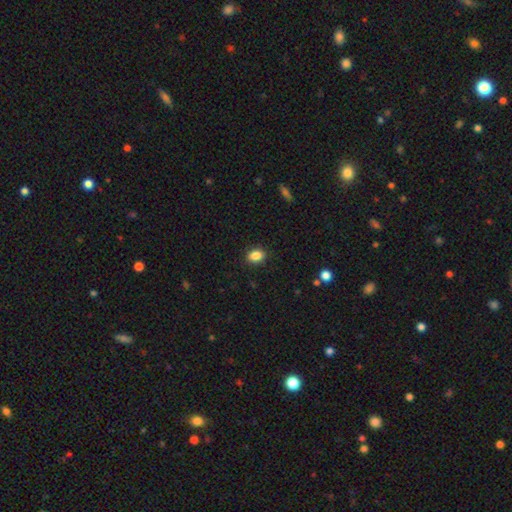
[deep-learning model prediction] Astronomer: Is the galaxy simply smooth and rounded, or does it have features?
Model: smooth — 87%.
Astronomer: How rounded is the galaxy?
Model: in between — 66%.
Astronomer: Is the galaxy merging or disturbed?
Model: none — 89%.